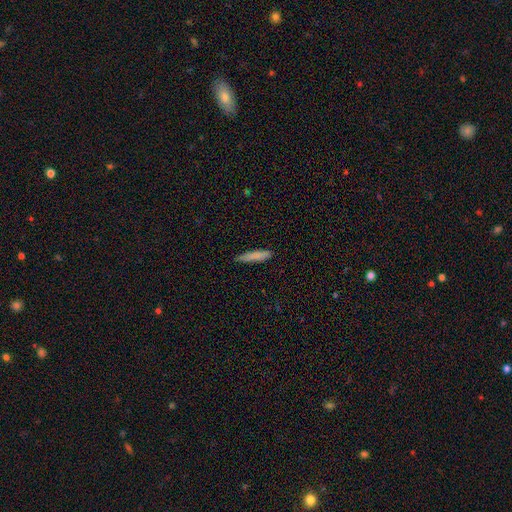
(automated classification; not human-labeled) Overall: smooth (82%). How rounded: cigar-shaped (87%). Merging: none (81%).